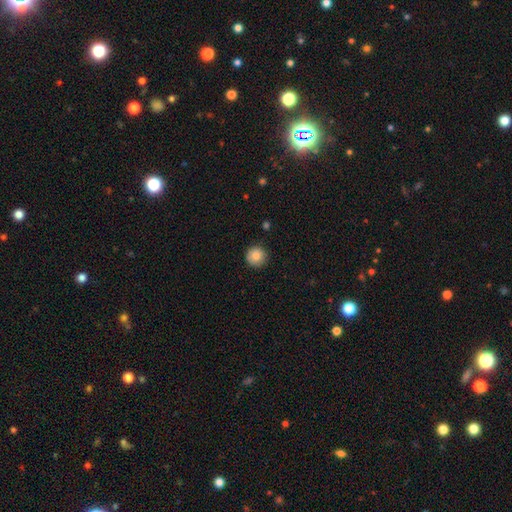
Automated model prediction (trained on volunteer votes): Smooth or featured?
  - smooth: 85% *
  - star or artifact: 9%
  - featured or disk: 7%
How rounded?
  - round: 95% *
  - in between: 4%
  - cigar-shaped: 1%
Merging?
  - none: 89% *
  - minor disturbance: 8%
  - major disturbance: 2%
  - merger: 1%